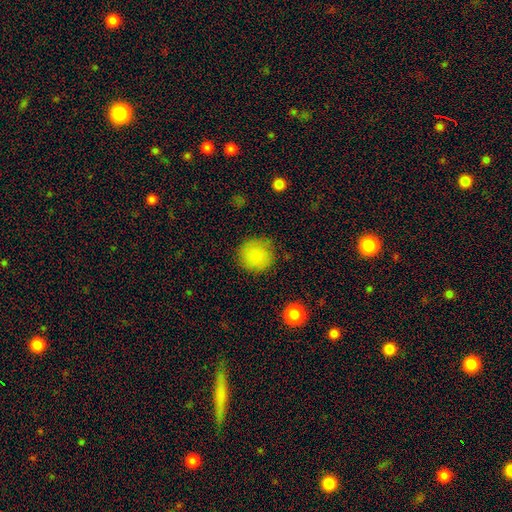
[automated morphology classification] Overall: smooth (86%). How rounded: round (92%). Merging: none (80%).